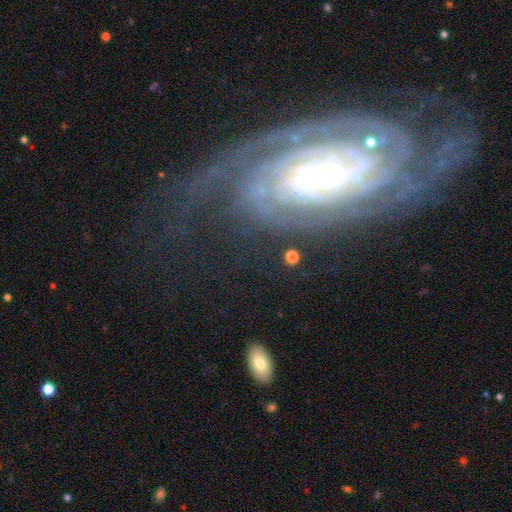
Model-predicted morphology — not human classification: type=featured or disk (89%); edge-on=no (95%); bar=no (63%); spiral arms=yes (98%); winding=tight (77%); arm count=2 (31%); bulge=small (67%); merging=none (69%).